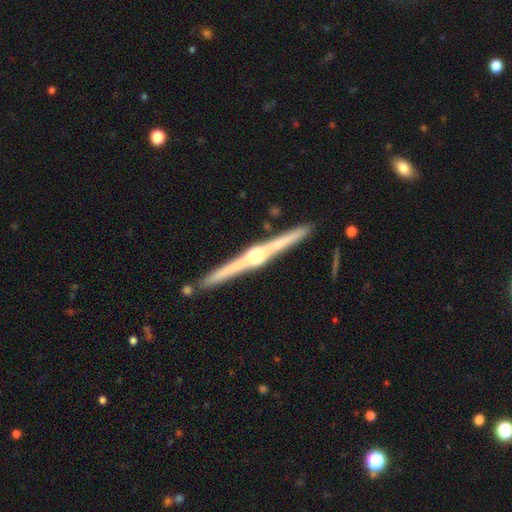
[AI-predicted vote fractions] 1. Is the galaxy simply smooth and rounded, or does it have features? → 87% featured or disk, 8% smooth, 4% star or artifact.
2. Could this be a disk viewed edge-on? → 99% yes, 1% no.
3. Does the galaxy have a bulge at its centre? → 86% rounded, 9% boxy, 5% none.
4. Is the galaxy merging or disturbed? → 90% none, 6% minor disturbance, 2% merger, 1% major disturbance.